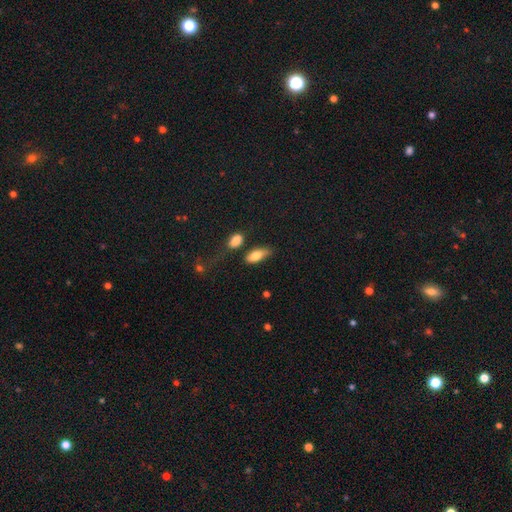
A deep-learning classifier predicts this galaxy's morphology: The model was most divided on "merging": none: 57%, minor disturbance: 24%, merger: 10%, major disturbance: 9%. More confident: how rounded — in between (84%); smooth or featured — smooth (79%).